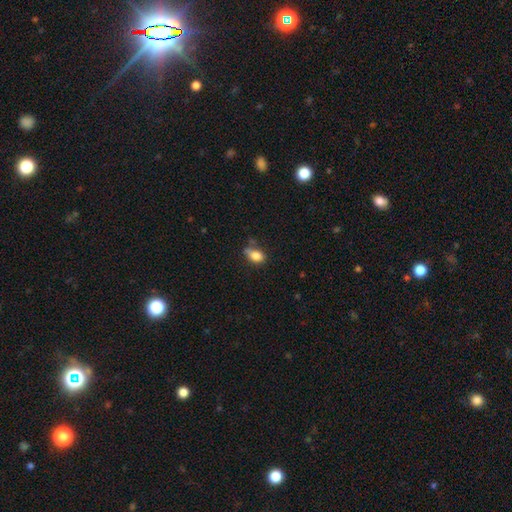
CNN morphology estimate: Smooth or featured?
  - smooth: 81% *
  - star or artifact: 10%
  - featured or disk: 9%
How rounded?
  - in between: 81% *
  - round: 16%
  - cigar-shaped: 3%
Merging?
  - none: 53% *
  - minor disturbance: 28%
  - merger: 11%
  - major disturbance: 8%